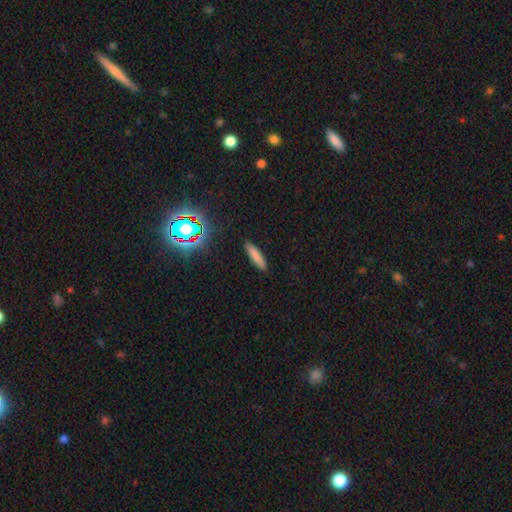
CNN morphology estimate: This is likely a smooth galaxy (79%). How rounded: clearly cigar-shaped (83%). Merging: clearly none (89%).